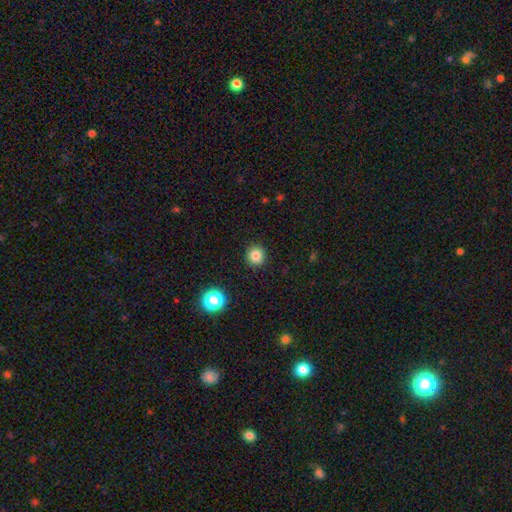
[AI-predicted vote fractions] The model was most divided on "smooth or featured": smooth: 82%, star or artifact: 12%, featured or disk: 5%. More confident: how rounded — round (93%); merging — none (92%).